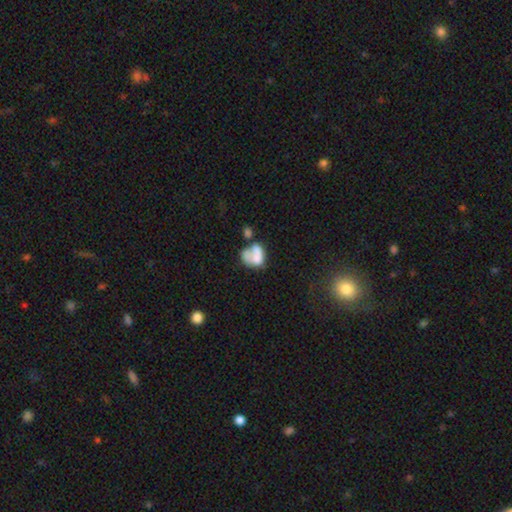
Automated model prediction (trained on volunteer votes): smooth 59%, featured or disk 31%, star or artifact 10%. Down the decision tree: how rounded — in between (63%); merging — merger (45%).